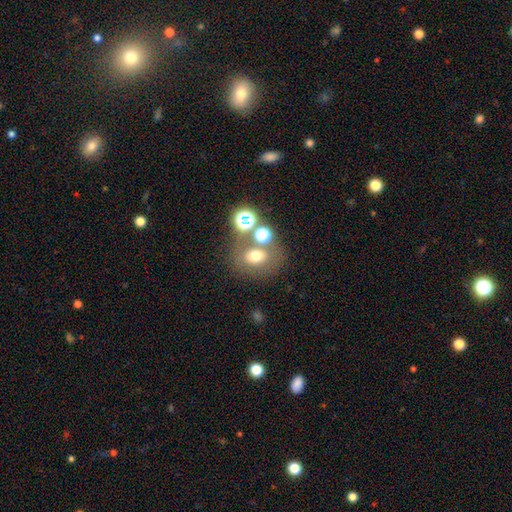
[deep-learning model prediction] smooth 63%, star or artifact 19%, featured or disk 18%. Down the decision tree: how rounded — round (58%); merging — none (57%).